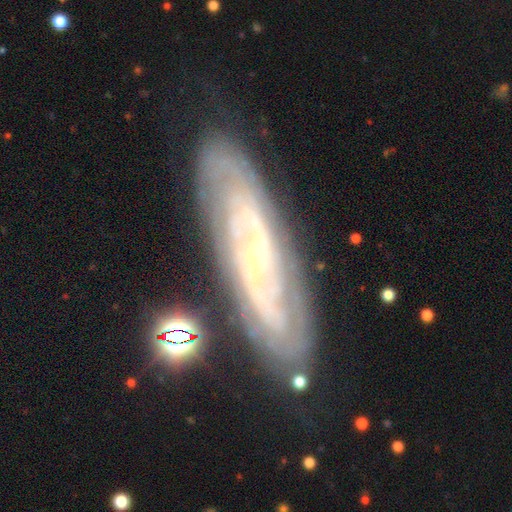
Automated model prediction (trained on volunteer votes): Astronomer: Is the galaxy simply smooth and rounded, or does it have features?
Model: featured or disk — 84%.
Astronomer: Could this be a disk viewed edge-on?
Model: no — 84%.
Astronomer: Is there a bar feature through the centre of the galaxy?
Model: no — 53% (runner-up: weak, 33%).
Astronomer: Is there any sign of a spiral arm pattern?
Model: yes — 94%.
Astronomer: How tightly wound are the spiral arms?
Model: tight — 57% (runner-up: medium, 33%).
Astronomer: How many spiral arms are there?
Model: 2 — 45% (runner-up: can't tell, 30%).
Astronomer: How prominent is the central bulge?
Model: small — 82%.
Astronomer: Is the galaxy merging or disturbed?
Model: none — 81%.